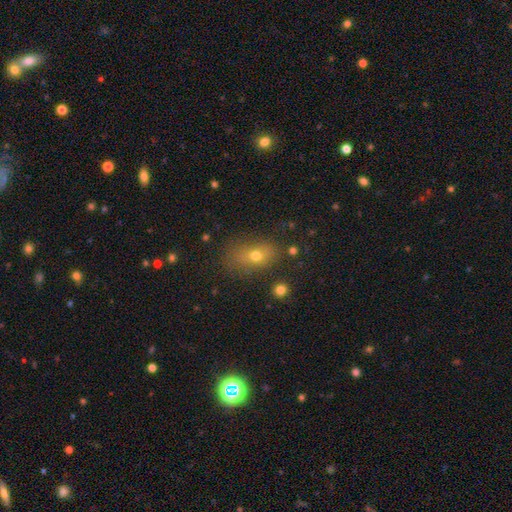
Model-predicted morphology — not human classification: smooth_or_featured: smooth (p=0.65) [alt: star or artifact p=0.18]
how_rounded: in between (p=0.73) [alt: round p=0.23]
merging: none (p=0.69) [alt: minor disturbance p=0.18]